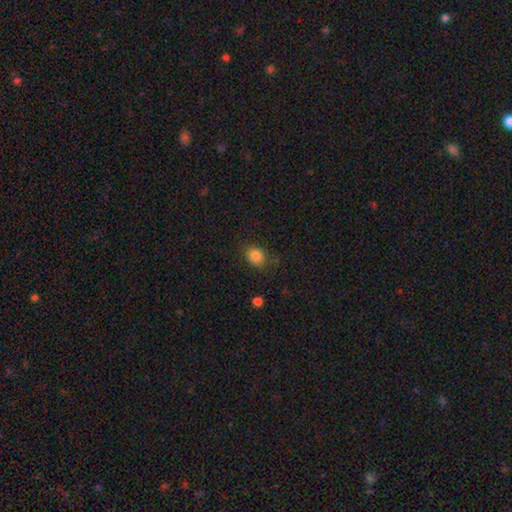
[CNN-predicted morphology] smooth 84%, star or artifact 11%, featured or disk 6%. Down the decision tree: how rounded — round (55%); merging — none (75%).